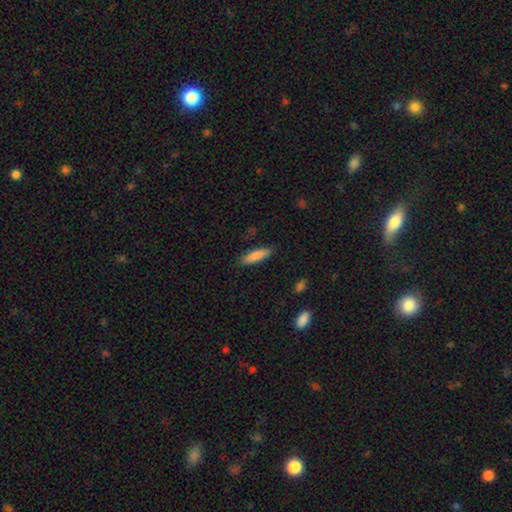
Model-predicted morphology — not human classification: Smooth or featured? Predicted: smooth (p=0.85). How rounded? Predicted: cigar-shaped (p=0.67). Merging? Predicted: none (p=0.86).